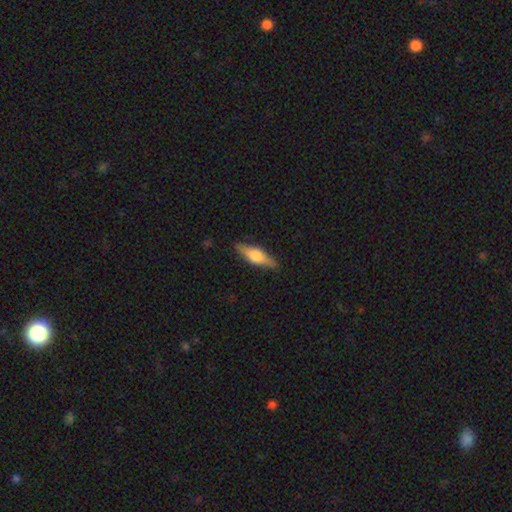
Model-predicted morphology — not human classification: Smooth or featured: featured or disk — 57% (smooth — 37%)
Edge-on disk: yes — 95% (no — 5%)
Edge-on bulge: rounded — 88% (boxy — 9%)
Merging: none — 87% (minor disturbance — 10%)